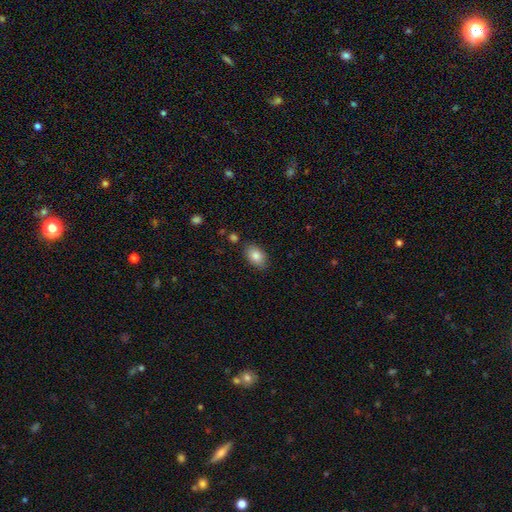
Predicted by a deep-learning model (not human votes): A smooth galaxy with no disk features (83%) that is in between round and cigar-shaped (88%). Merging: none (82%).